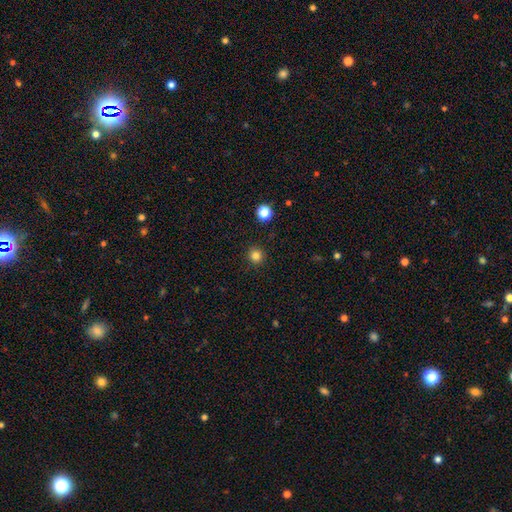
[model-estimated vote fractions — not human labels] smooth-or-featured: smooth: 82% | star or artifact: 13% | featured or disk: 4%
  how-rounded: round: 94% | in between: 5% | cigar-shaped: 1%
  merging: none: 92% | minor disturbance: 5% | major disturbance: 2% | merger: 1%